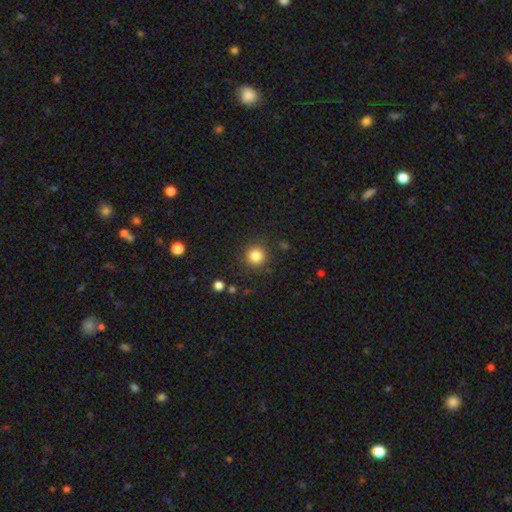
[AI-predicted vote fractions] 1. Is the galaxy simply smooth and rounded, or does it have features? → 83% smooth, 12% star or artifact, 5% featured or disk.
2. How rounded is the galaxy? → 94% round, 5% in between, 1% cigar-shaped.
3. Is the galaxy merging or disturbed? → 88% none, 7% minor disturbance, 3% major disturbance, 2% merger.